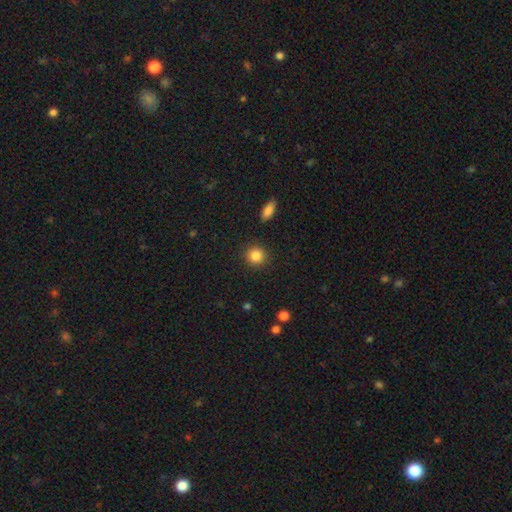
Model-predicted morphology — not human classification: type=smooth (87%); roundness=round (90%); merging=none (90%).